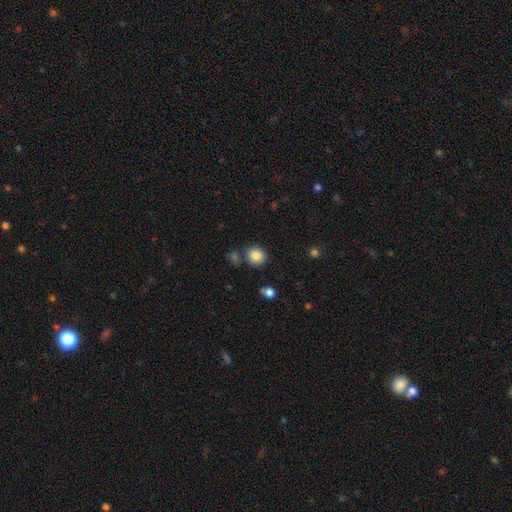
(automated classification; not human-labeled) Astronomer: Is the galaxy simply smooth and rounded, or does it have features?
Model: smooth — 86%.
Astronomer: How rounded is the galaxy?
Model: round — 86%.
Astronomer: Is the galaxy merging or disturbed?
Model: none — 77%.